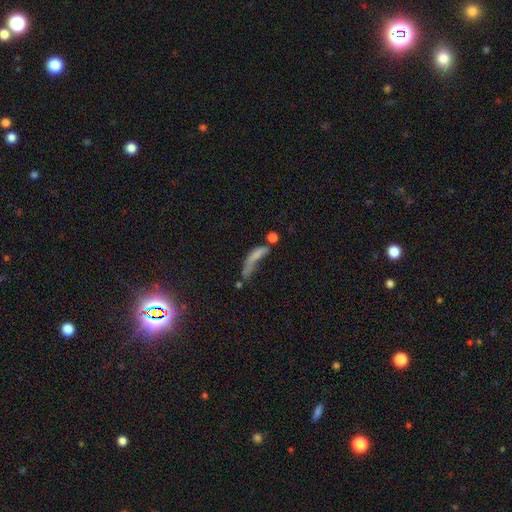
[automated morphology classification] Q: Smooth or featured?
A: smooth (58%); runner-up: featured or disk (28%)
Q: How rounded?
A: cigar-shaped (63%); runner-up: in between (31%)
Q: Merging?
A: major disturbance (37%); runner-up: merger (28%)